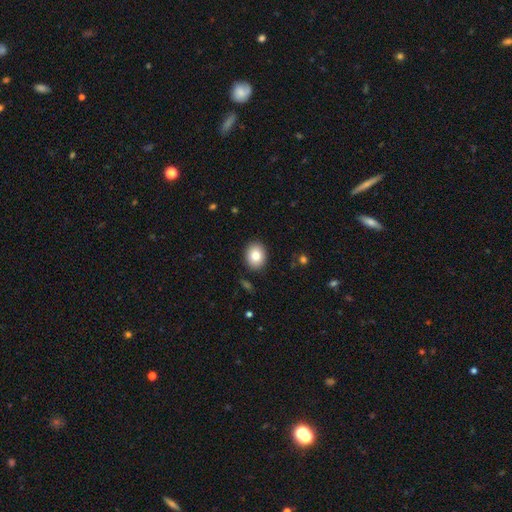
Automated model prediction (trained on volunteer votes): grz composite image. It shows a smooth galaxy with no disk features (83%) that is round (51%). Merging: none (89%).